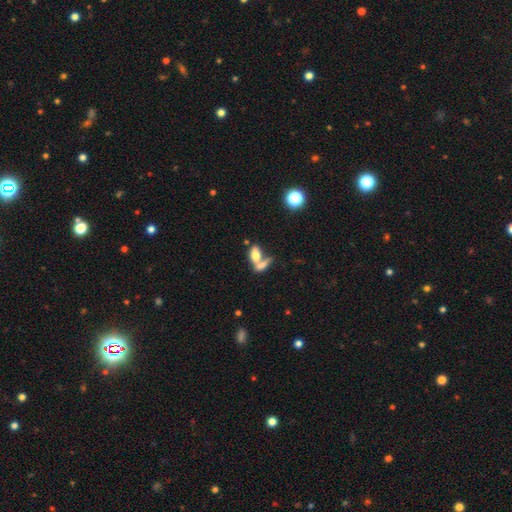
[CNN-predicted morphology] A smooth galaxy with no disk features (69%) that is in between round and cigar-shaped (80%).

Vote fractions:
- Smooth or featured? smooth: 69% / featured or disk: 21% / star or artifact: 10%
- How rounded? in between: 80% / cigar-shaped: 11% / round: 8%
- Merging? merger: 59% / none: 28% / minor disturbance: 7% / major disturbance: 5%